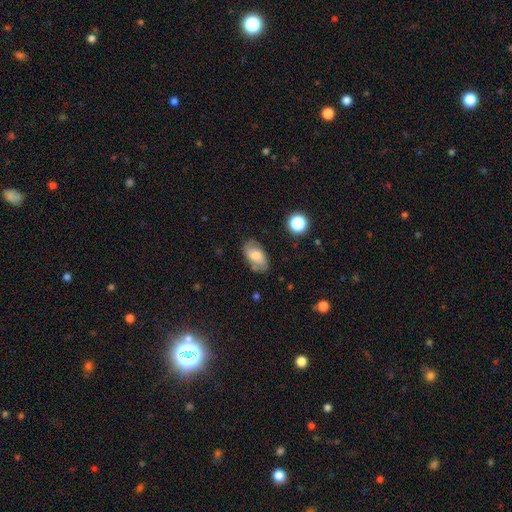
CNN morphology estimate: The model was most divided on "smooth or featured": smooth: 62%, featured or disk: 30%, star or artifact: 9%. More confident: how rounded — in between (92%); merging — none (71%).